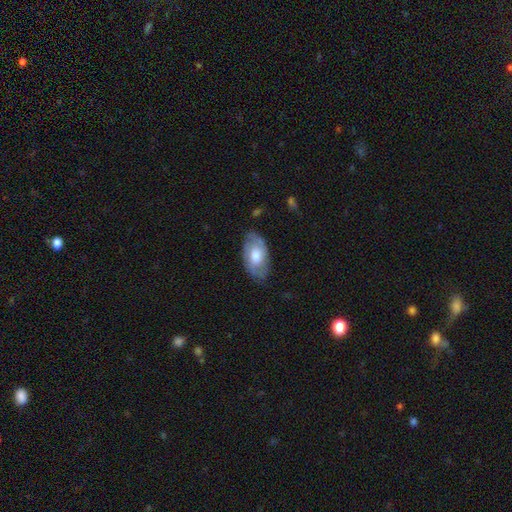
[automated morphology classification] Smooth or featured? Predicted: smooth (p=0.51). How rounded? Predicted: in between (p=0.93). Merging? Predicted: none (p=0.70).